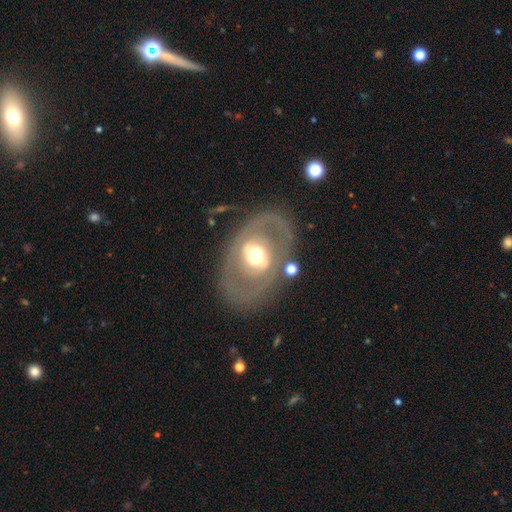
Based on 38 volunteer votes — This appears to be a featured or disk galaxy (63%) with a strong bar (45%), no spiral arms (59%) and a moderate central bulge (77%). Merging: none (69%).